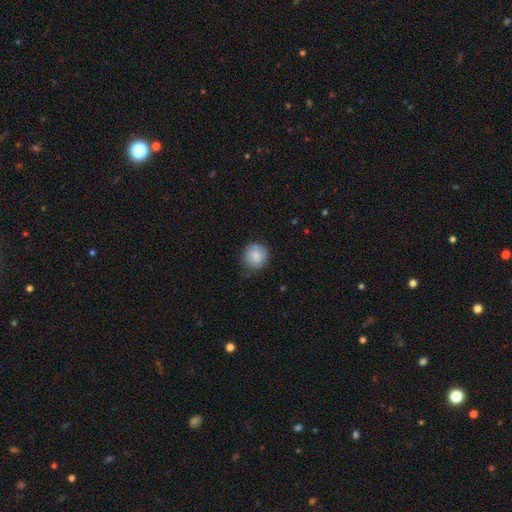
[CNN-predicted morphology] Overall: smooth (85%). How rounded: round (92%). Merging: none (81%).